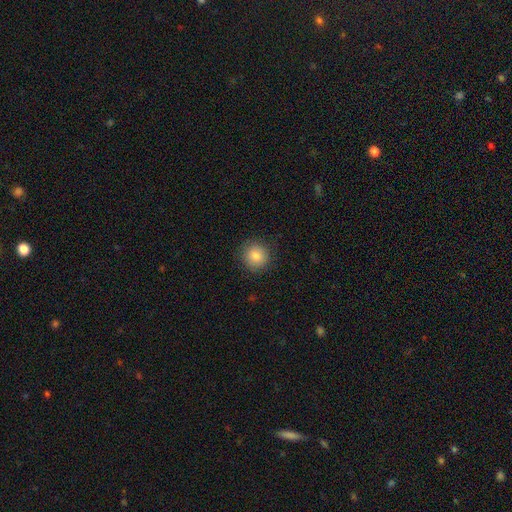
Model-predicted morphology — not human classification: Smooth or featured?
  - smooth: 84% *
  - star or artifact: 9%
  - featured or disk: 7%
How rounded?
  - round: 91% *
  - in between: 8%
  - cigar-shaped: 1%
Merging?
  - none: 86% *
  - minor disturbance: 10%
  - major disturbance: 3%
  - merger: 1%